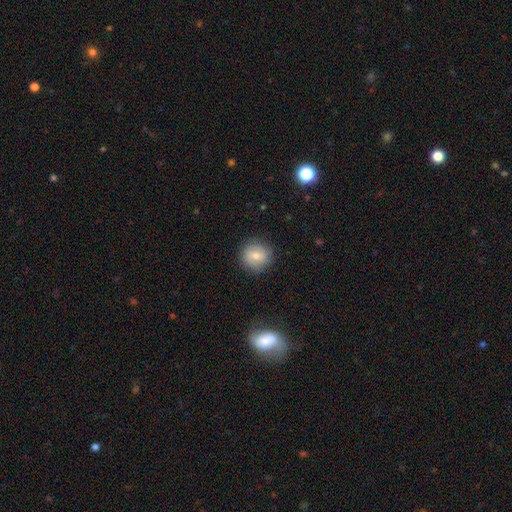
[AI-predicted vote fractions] smooth 73%, featured or disk 18%, star or artifact 9%. Down the decision tree: how rounded — round (91%); merging — none (86%).